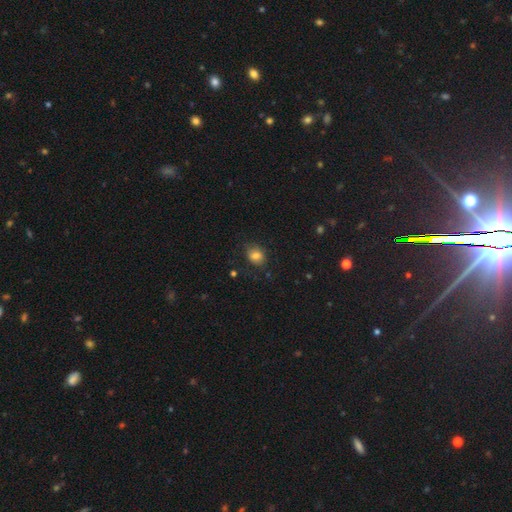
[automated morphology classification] The model was most divided on "how rounded": in between: 50%, round: 49%, cigar-shaped: 1%. More confident: smooth or featured — smooth (79%); merging — none (74%).